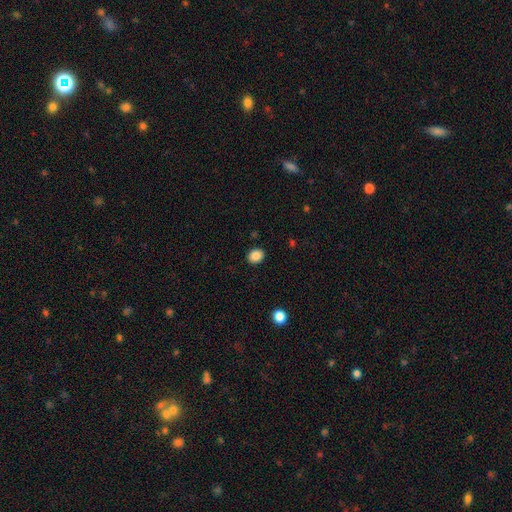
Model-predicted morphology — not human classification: Overall: smooth (87%). How rounded: round (58%; in between 41%). Merging: none (90%).